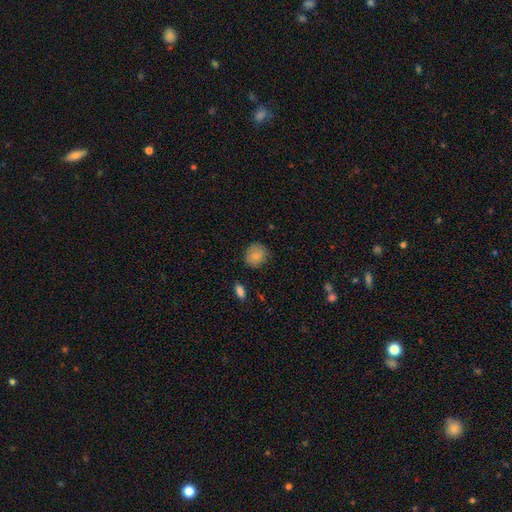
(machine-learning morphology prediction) type=smooth (84%); roundness=round (77%); merging=none (80%).